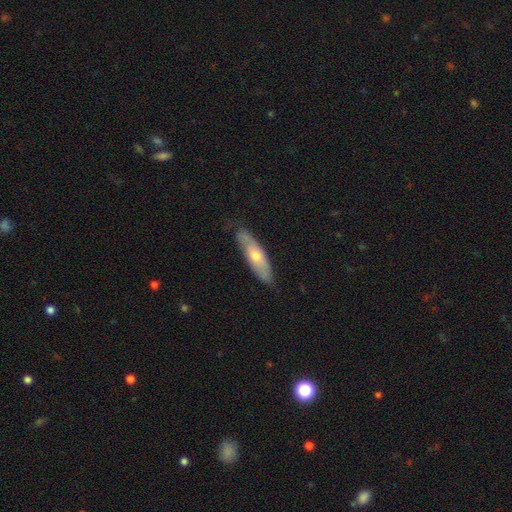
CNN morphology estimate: Smooth or featured: smooth — 50% (featured or disk — 44%)
Merging: none — 77% (minor disturbance — 19%)